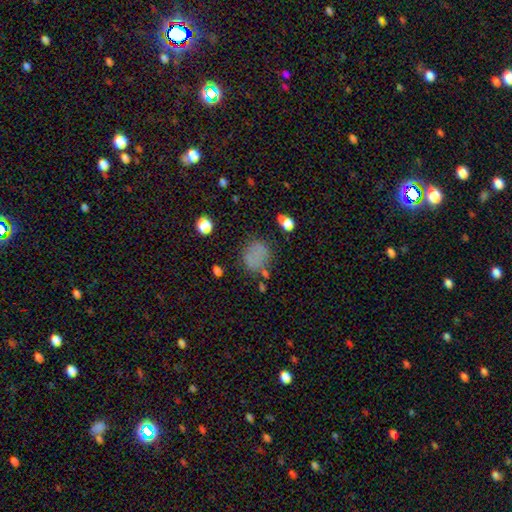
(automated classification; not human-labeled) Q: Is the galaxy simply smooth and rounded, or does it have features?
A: smooth — 74%.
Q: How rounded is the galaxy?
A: round — 67%.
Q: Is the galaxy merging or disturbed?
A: none — 67%.